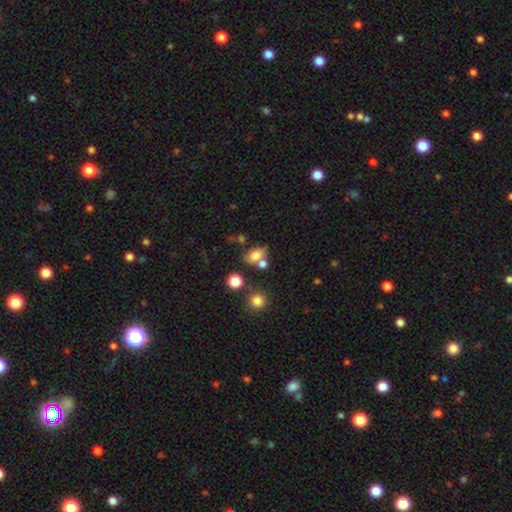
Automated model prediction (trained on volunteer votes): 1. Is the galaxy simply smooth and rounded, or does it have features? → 74% smooth, 13% featured or disk, 13% star or artifact.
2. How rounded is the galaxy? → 81% in between, 15% round, 3% cigar-shaped.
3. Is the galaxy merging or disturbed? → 51% none, 26% merger, 16% minor disturbance, 6% major disturbance.